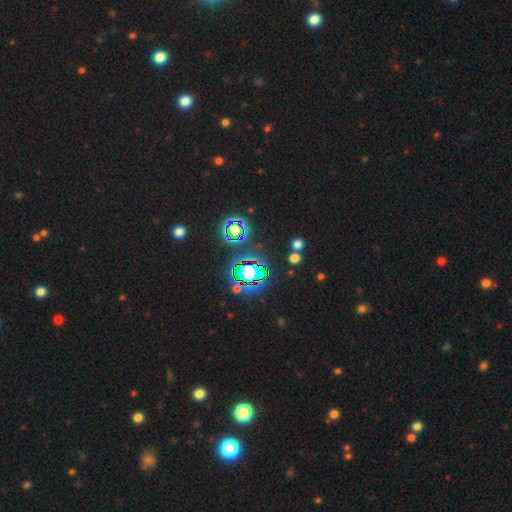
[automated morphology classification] A star or artifact, not a galaxy (79%).

Vote fractions:
- Smooth or featured? star or artifact: 79% / smooth: 14% / featured or disk: 7%